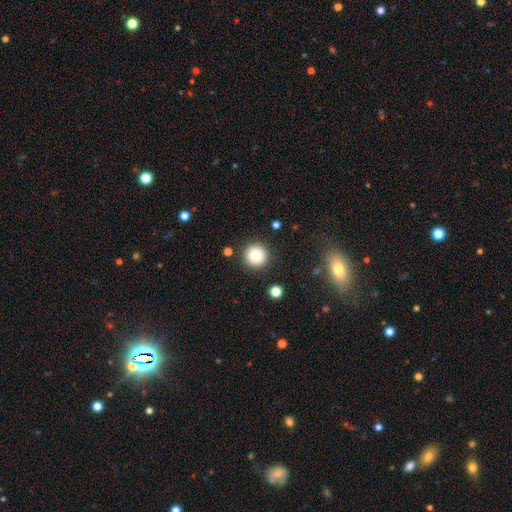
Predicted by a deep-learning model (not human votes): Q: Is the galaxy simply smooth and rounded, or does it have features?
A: smooth — 84%.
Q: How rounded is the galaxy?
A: round — 95%.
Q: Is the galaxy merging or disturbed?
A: none — 89%.